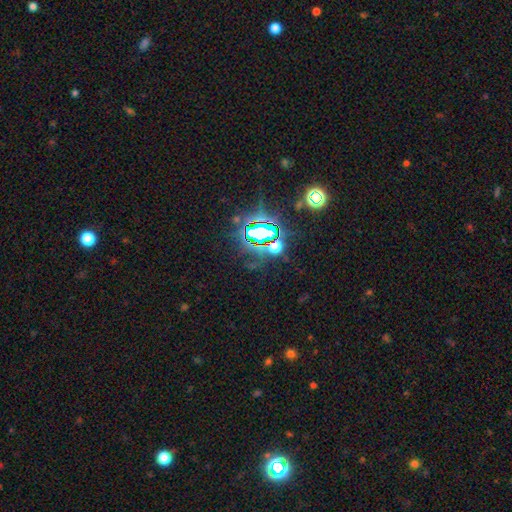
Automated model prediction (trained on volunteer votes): Q: Smooth or featured?
A: star or artifact (83%); runner-up: smooth (10%)